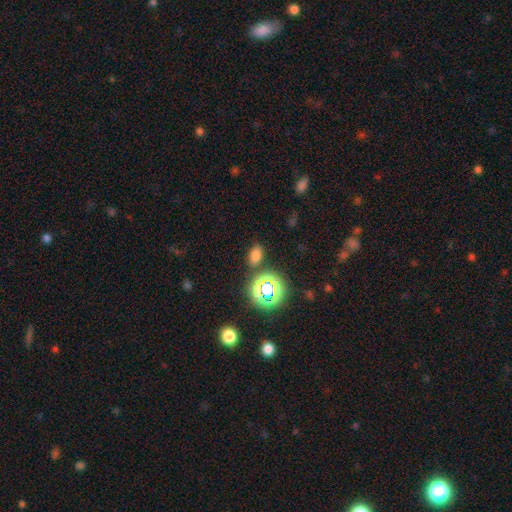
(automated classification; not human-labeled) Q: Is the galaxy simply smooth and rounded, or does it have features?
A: smooth — 68%.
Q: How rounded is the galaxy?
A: in between — 84%.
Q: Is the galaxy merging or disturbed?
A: none — 81%.